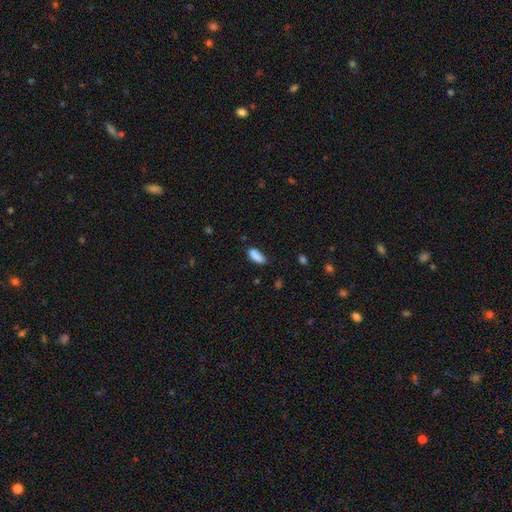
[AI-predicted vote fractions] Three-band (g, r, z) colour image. It shows a smooth galaxy with no disk features (87%) that is in between round and cigar-shaped (75%). Merging: none (69%).